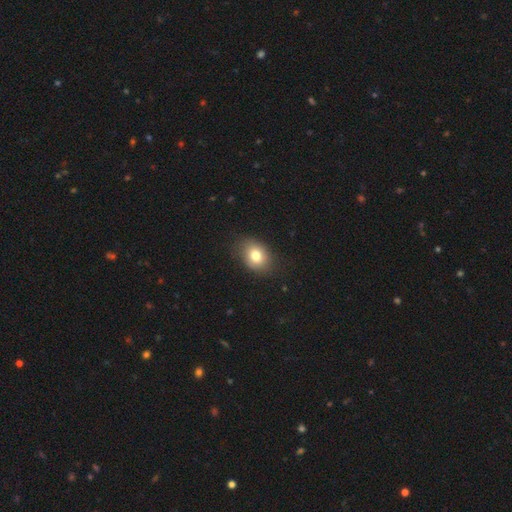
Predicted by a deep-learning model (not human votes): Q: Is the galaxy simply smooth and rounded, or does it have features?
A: smooth — 79%.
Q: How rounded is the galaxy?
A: in between — 66%.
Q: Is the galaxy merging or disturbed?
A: none — 81%.